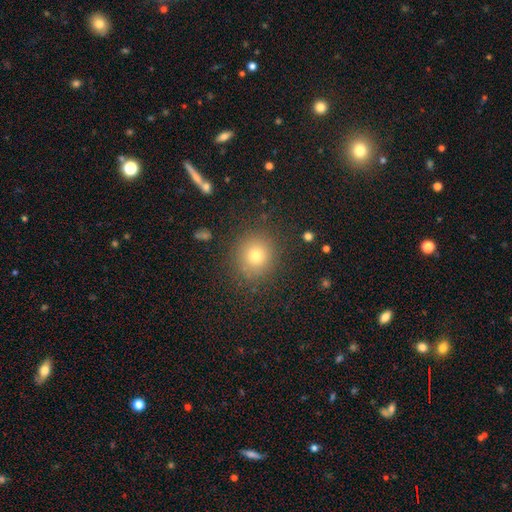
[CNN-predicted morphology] Smooth or featured? smooth (75%)
How rounded? round (88%)
Merging? none (87%)